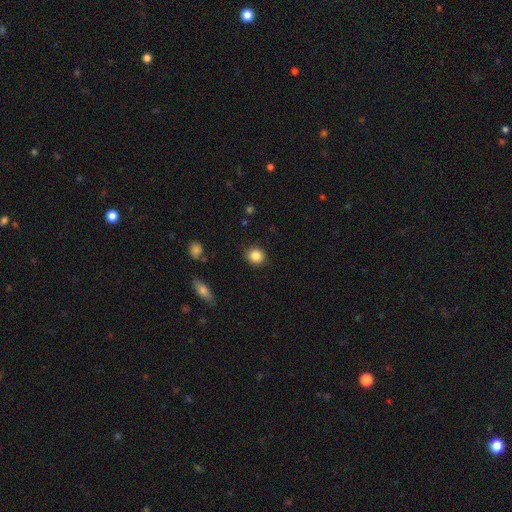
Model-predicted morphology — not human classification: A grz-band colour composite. It shows a smooth galaxy with no disk features (85%) that is round (81%). Merging: none (89%).